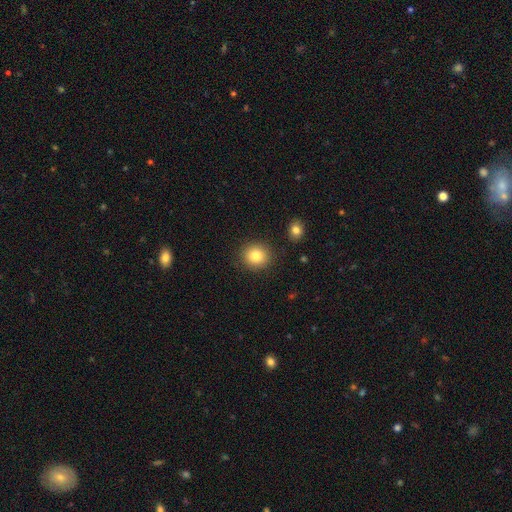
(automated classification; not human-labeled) Morphology: type=smooth (82%); roundness=round (87%); merging=none (88%).